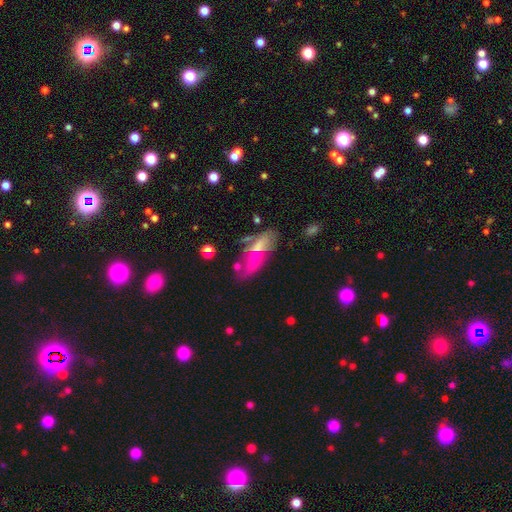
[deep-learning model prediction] smooth_or_featured: smooth (p=0.45) [alt: featured or disk p=0.42]
merging: none (p=0.48) [alt: minor disturbance p=0.24]